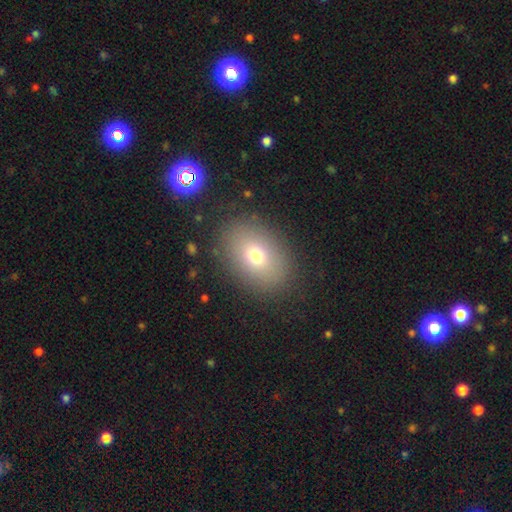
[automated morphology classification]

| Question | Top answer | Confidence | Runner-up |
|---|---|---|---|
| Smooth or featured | smooth | 72% | featured or disk (15%) |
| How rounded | in between | 77% | round (21%) |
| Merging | none | 86% | minor disturbance (9%) |